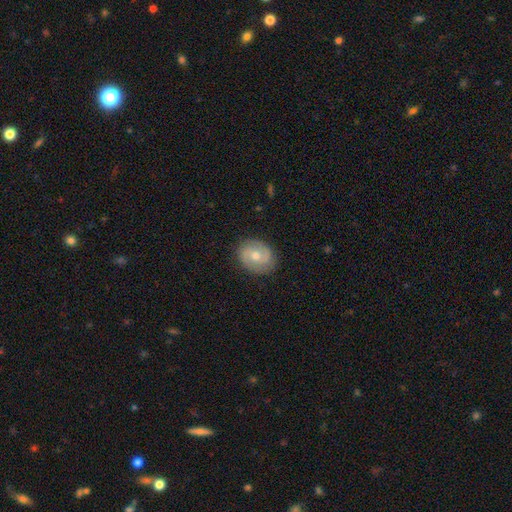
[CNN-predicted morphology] A featured or disk galaxy (68%) with no bar (58%), 2 (84%) tight (43%) spiral arms (85%) and a moderate central bulge (61%). Merging: none (86%).